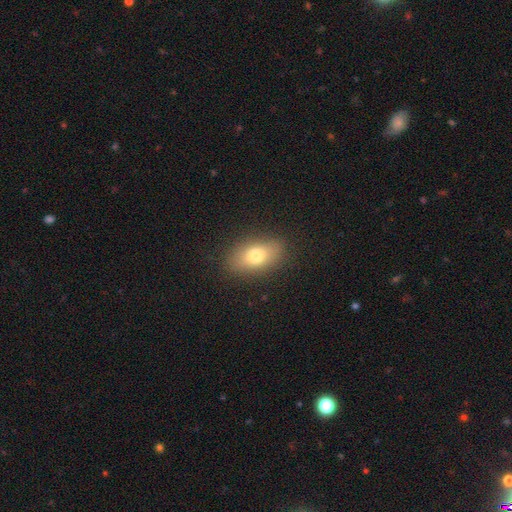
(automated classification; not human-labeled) smooth-or-featured: smooth: 74% | featured or disk: 17% | star or artifact: 9%
  how-rounded: in between: 86% | round: 9% | cigar-shaped: 6%
  merging: none: 86% | minor disturbance: 10% | major disturbance: 3% | merger: 1%